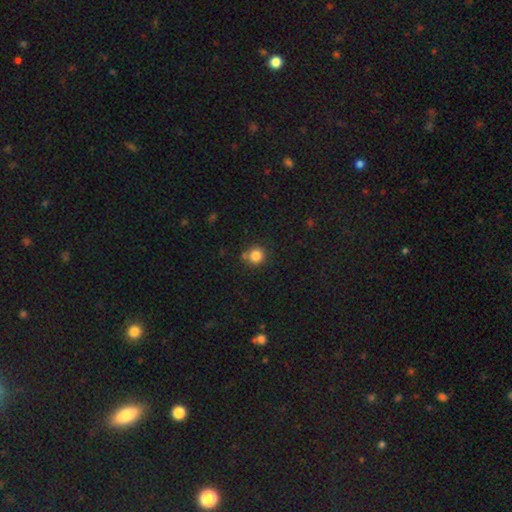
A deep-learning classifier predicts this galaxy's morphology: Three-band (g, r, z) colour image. It shows a smooth galaxy with no disk features (83%) that is round (92%). Merging: none (77%).